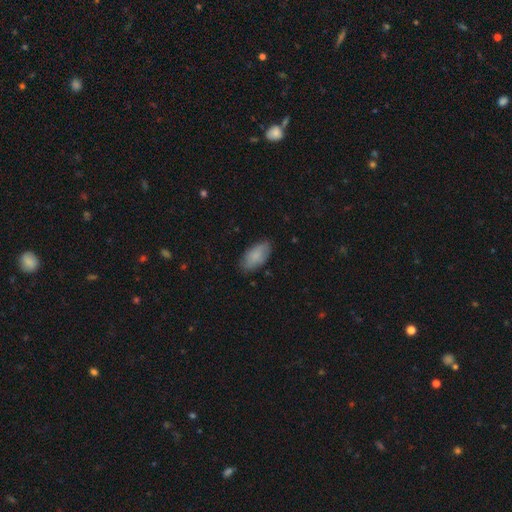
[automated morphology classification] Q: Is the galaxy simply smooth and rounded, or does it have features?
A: smooth — 83%.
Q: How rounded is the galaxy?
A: in between — 93%.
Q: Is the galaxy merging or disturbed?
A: none — 80%.